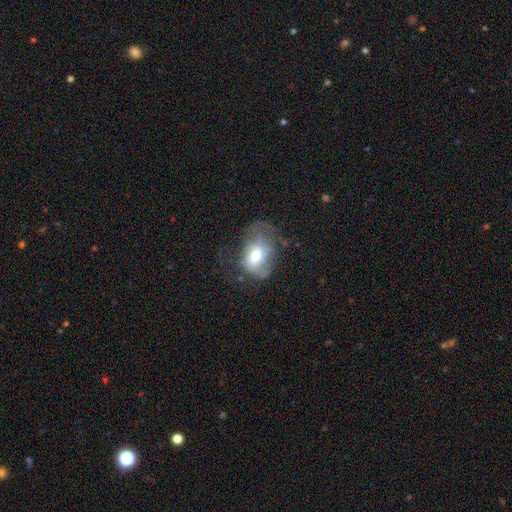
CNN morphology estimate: smooth 53%, featured or disk 38%, star or artifact 9%. Down the decision tree: how rounded — in between (76%); merging — major disturbance (40%).